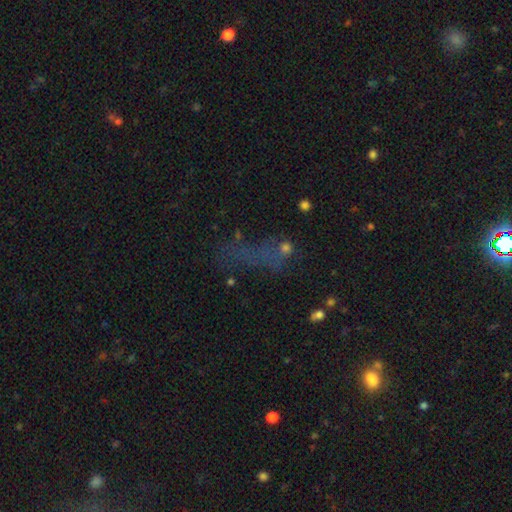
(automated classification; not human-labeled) smooth_or_featured: star or artifact (p=0.43) [alt: smooth p=0.37]